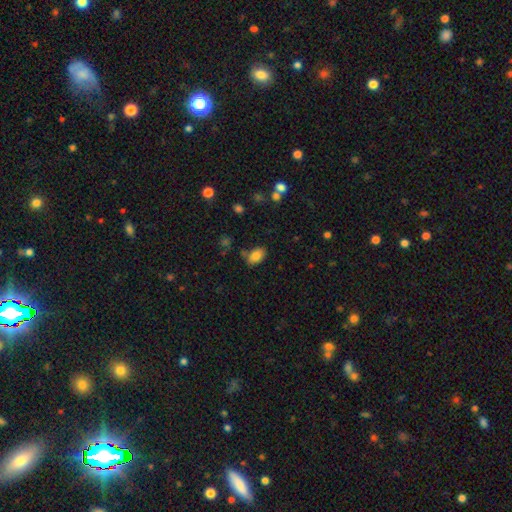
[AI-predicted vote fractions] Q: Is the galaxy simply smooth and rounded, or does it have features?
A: smooth — 84%.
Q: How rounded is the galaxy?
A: in between — 86%.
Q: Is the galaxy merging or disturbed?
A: none — 73%.